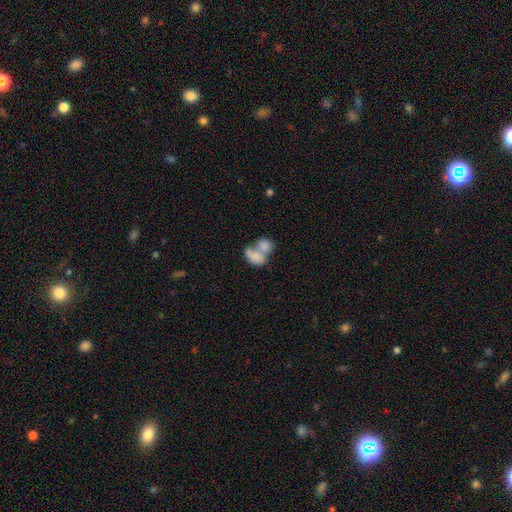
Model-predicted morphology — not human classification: Smooth or featured?
  - smooth: 74% *
  - featured or disk: 19%
  - star or artifact: 7%
How rounded?
  - in between: 73% *
  - round: 25%
  - cigar-shaped: 2%
Merging?
  - merger: 75% *
  - none: 13%
  - major disturbance: 6%
  - minor disturbance: 6%